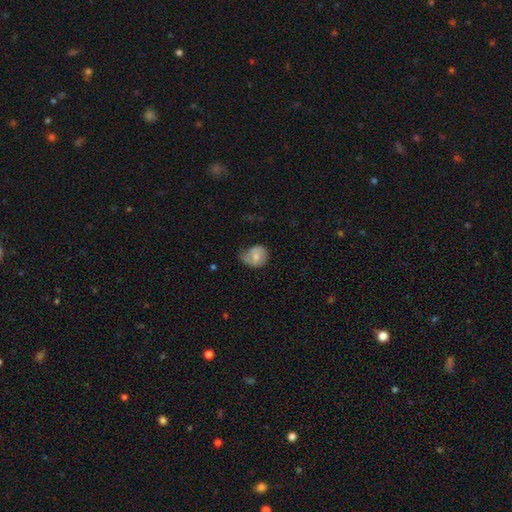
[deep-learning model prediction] Smooth or featured: smooth — 64% (featured or disk — 29%)
How rounded: round — 65% (in between — 34%)
Merging: minor disturbance — 42% (none — 35%)